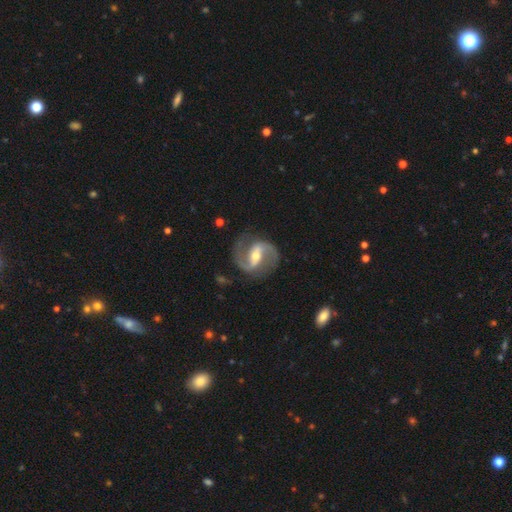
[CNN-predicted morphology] Q: Smooth or featured?
A: featured or disk (92%); runner-up: star or artifact (4%)
Q: Edge-on disk?
A: no (98%); runner-up: yes (2%)
Q: Bar?
A: strong (48%); runner-up: weak (36%)
Q: Spiral arms?
A: yes (98%); runner-up: no (2%)
Q: Spiral winding?
A: medium (60%); runner-up: loose (26%)
Q: Spiral arm count?
A: 2 (94%); runner-up: can't tell (1%)
Q: Bulge size?
A: moderate (57%); runner-up: small (38%)
Q: Merging?
A: none (84%); runner-up: minor disturbance (11%)